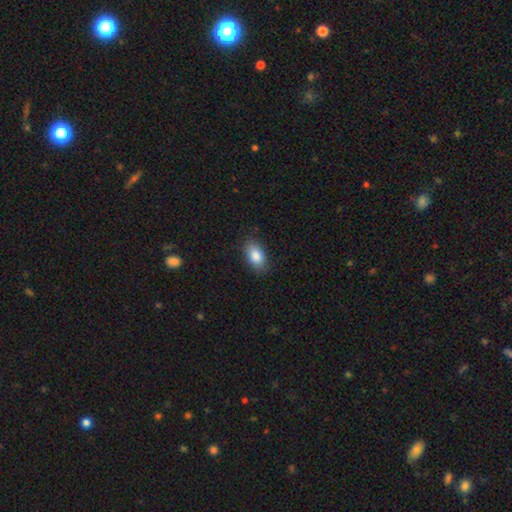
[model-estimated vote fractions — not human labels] A smooth galaxy with no disk features (86%) that is in between round and cigar-shaped (91%).

Vote fractions:
- Smooth or featured? smooth: 86% / star or artifact: 7% / featured or disk: 6%
- How rounded? in between: 91% / round: 6% / cigar-shaped: 2%
- Merging? none: 85% / minor disturbance: 12% / major disturbance: 3% / merger: 1%